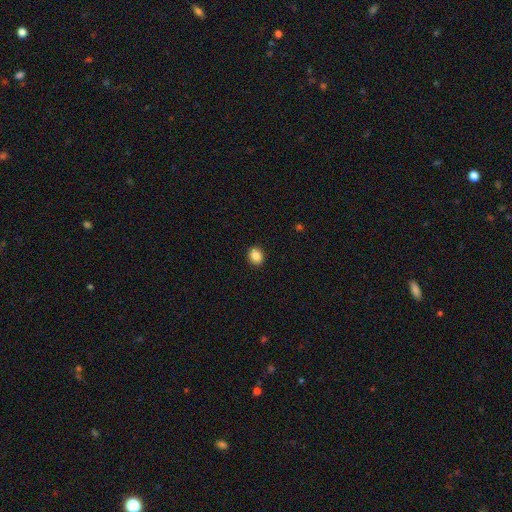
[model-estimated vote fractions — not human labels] Morphology: type=smooth (87%); roundness=round (54%); merging=none (91%).